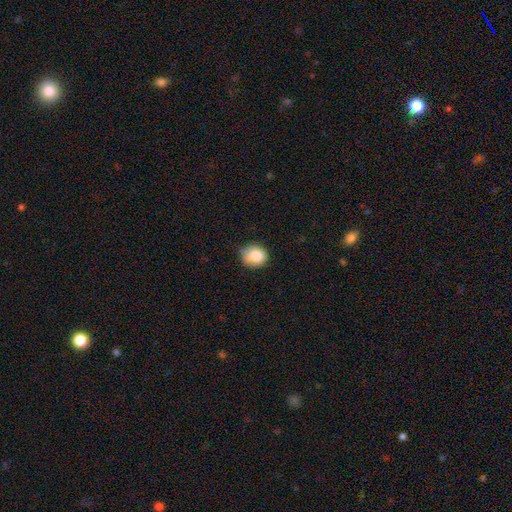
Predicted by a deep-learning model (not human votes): A smooth galaxy with no disk features (83%) that is round (71%).

Vote fractions:
- Smooth or featured? smooth: 83% / star or artifact: 9% / featured or disk: 8%
- How rounded? round: 71% / in between: 28% / cigar-shaped: 1%
- Merging? none: 63% / minor disturbance: 29% / major disturbance: 5% / merger: 2%